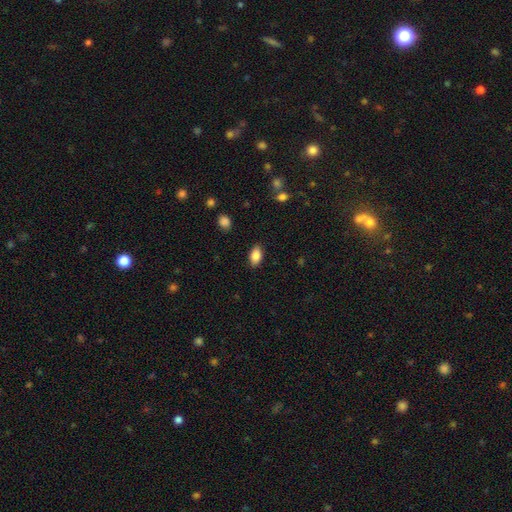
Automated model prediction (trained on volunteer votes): Morphology: type=smooth (86%); roundness=in between (91%); merging=none (87%).